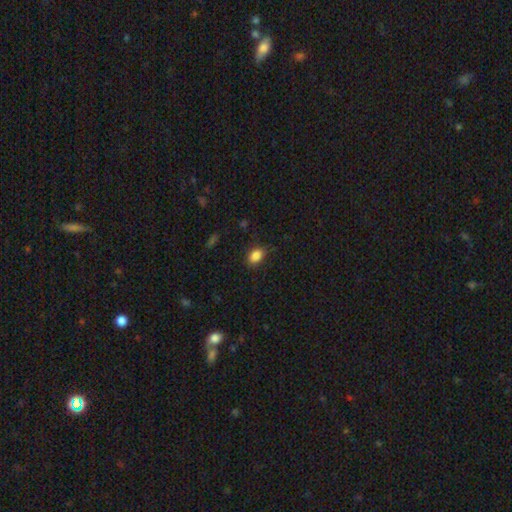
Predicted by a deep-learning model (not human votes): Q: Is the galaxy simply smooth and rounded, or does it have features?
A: smooth — 87%.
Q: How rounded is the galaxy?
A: in between — 79%.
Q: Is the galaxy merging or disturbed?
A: none — 83%.